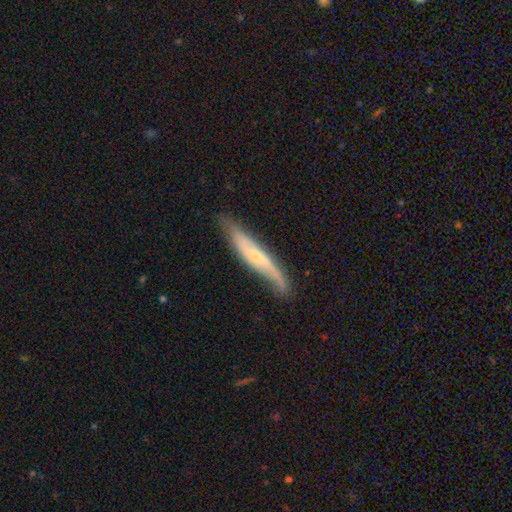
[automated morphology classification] Smooth or featured: featured or disk — 57% (smooth — 37%)
Edge-on disk: yes — 58% (no — 42%)
Merging: none — 70% (minor disturbance — 23%)